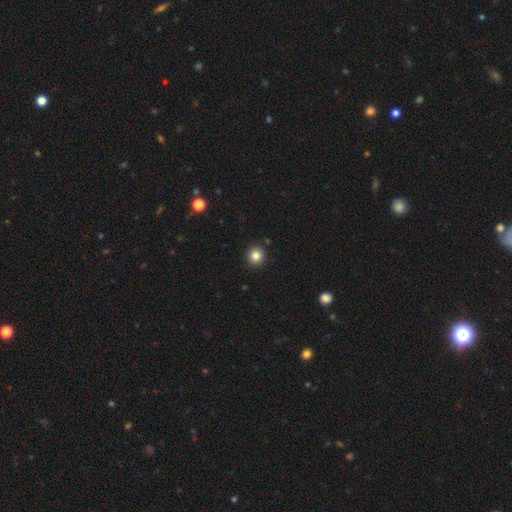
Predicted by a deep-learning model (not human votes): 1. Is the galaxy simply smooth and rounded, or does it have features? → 84% smooth, 11% star or artifact, 5% featured or disk.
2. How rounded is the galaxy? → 91% round, 8% in between, 1% cigar-shaped.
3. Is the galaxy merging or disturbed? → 91% none, 6% minor disturbance, 2% major disturbance, 2% merger.